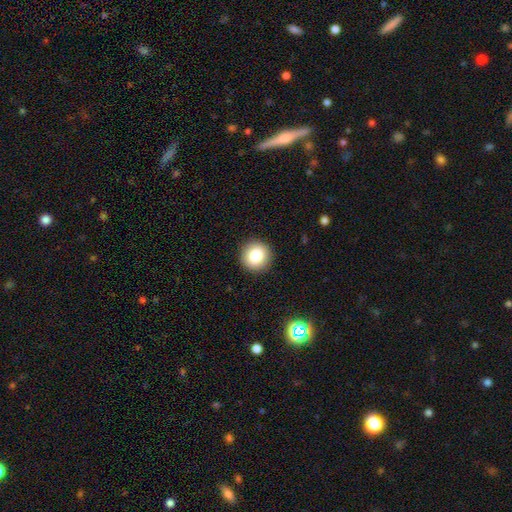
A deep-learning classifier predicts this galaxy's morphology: A smooth galaxy with no disk features (82%) that is round (94%).

Vote fractions:
- Smooth or featured? smooth: 82% / star or artifact: 10% / featured or disk: 8%
- How rounded? round: 94% / in between: 5% / cigar-shaped: 1%
- Merging? none: 92% / minor disturbance: 5% / major disturbance: 2% / merger: 1%